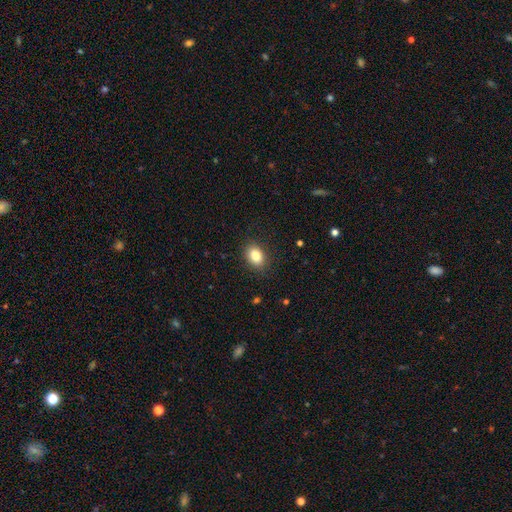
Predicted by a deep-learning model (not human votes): A smooth galaxy with no disk features (84%) that is in between round and cigar-shaped (73%). Merging: none (87%).